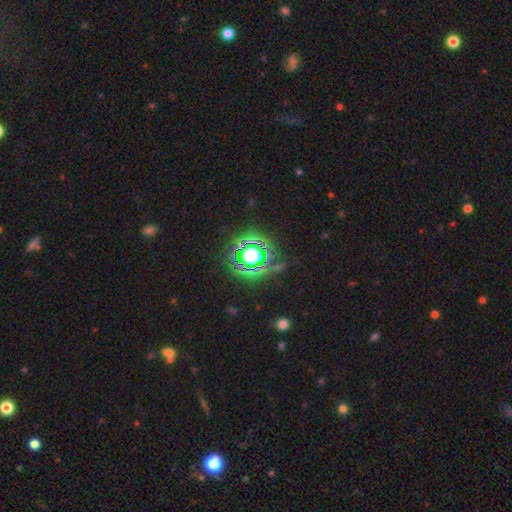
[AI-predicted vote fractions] A star or artifact, not a galaxy (67%).